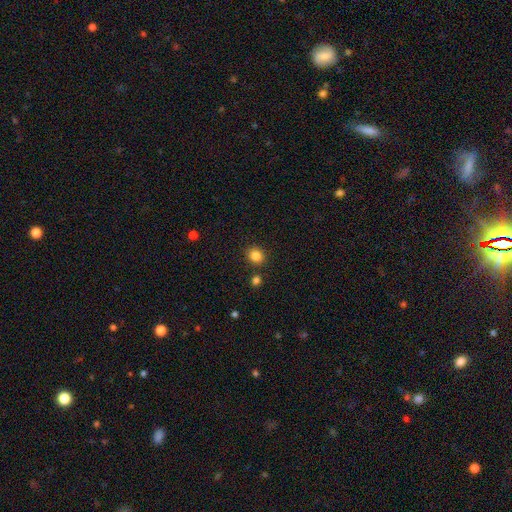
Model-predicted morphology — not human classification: Smooth or featured? smooth (84%)
How rounded? round (76%)
Merging? none (86%)